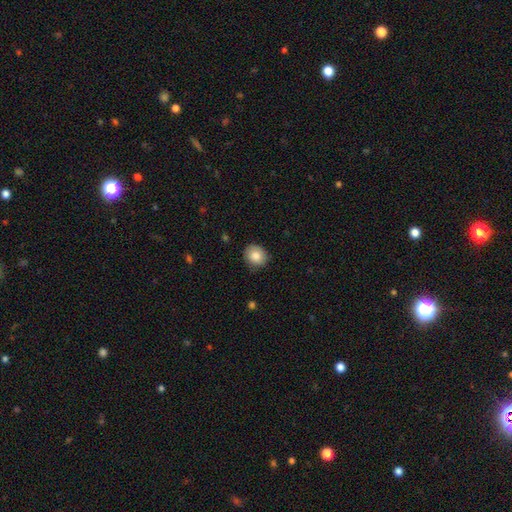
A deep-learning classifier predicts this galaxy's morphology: This is clearly a smooth galaxy (83%). How rounded: likely round (74%). Merging: clearly none (84%).